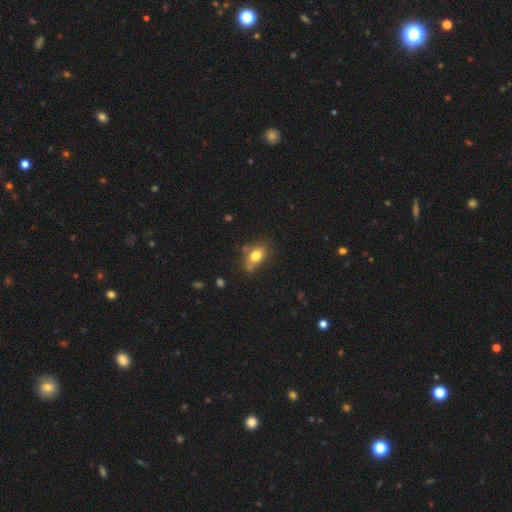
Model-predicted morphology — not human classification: Smooth or featured? smooth (79%)
How rounded? in between (78%)
Merging? none (62%)